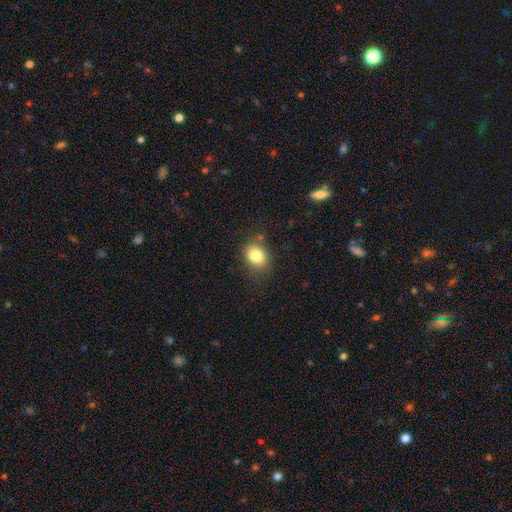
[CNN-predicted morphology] A smooth galaxy with no disk features (83%) that is in between round and cigar-shaped (51%). Merging: none (69%).